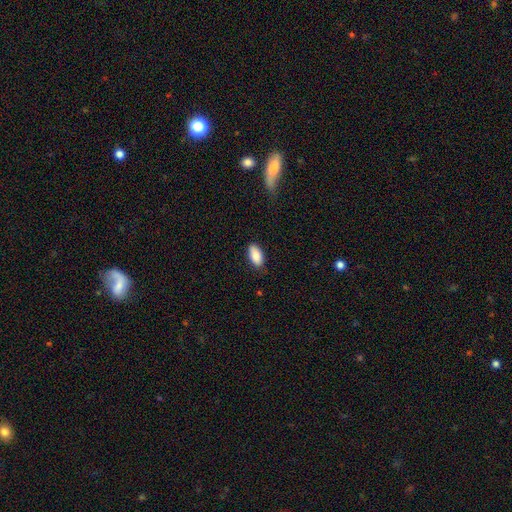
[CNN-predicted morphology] This is clearly a smooth galaxy (88%). How rounded: clearly in between (92%). Merging: clearly none (82%).